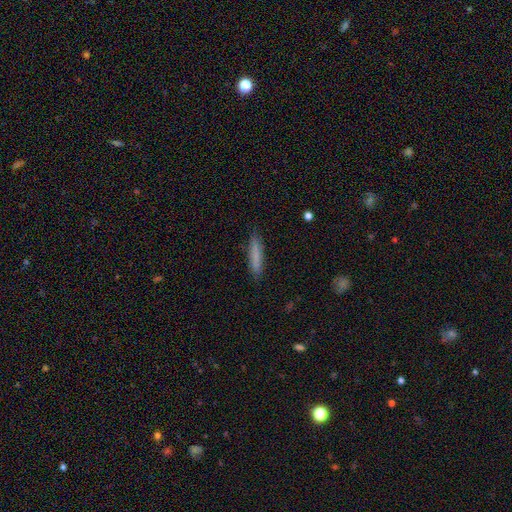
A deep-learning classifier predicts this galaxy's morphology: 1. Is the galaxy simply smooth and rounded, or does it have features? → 77% smooth, 16% featured or disk, 7% star or artifact.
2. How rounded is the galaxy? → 92% cigar-shaped, 7% in between, 1% round.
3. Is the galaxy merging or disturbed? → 87% none, 10% minor disturbance, 2% major disturbance, 1% merger.